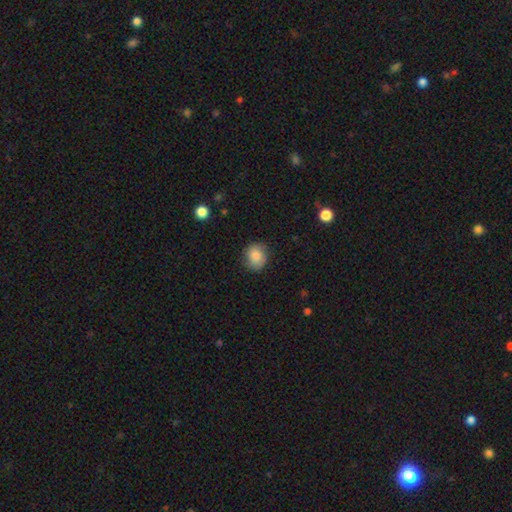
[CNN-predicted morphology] This appears to be a smooth galaxy with no disk features (77%) that is round (73%). Merging: none (77%).